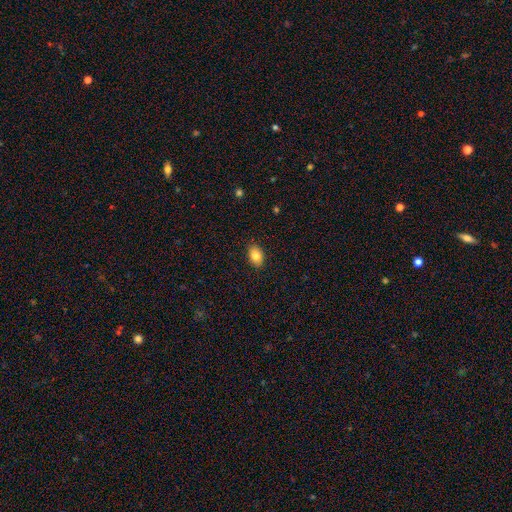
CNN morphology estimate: Q: Smooth or featured?
A: smooth (83%); runner-up: featured or disk (9%)
Q: How rounded?
A: in between (83%); runner-up: round (16%)
Q: Merging?
A: none (89%); runner-up: minor disturbance (8%)